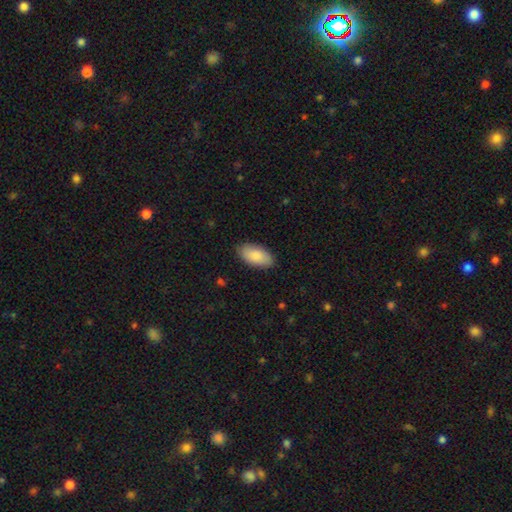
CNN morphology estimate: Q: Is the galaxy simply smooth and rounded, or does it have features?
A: smooth — 87%.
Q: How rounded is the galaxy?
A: in between — 94%.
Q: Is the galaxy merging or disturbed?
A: none — 87%.